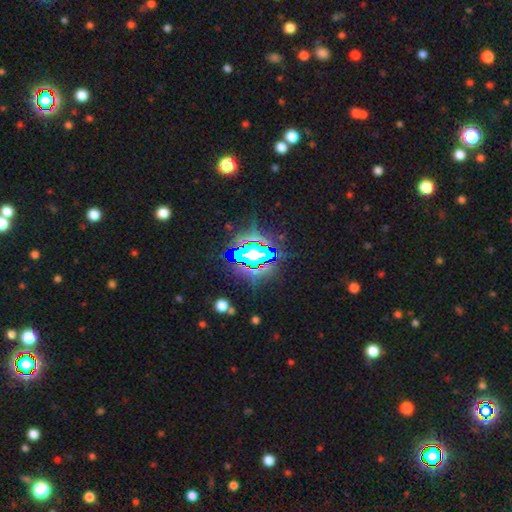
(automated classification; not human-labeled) star or artifact 71%, featured or disk 15%, smooth 15%.